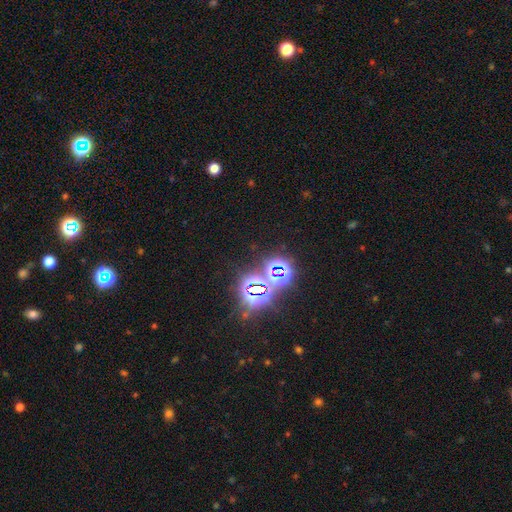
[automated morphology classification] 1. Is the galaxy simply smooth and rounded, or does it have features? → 68% star or artifact, 23% smooth, 8% featured or disk.